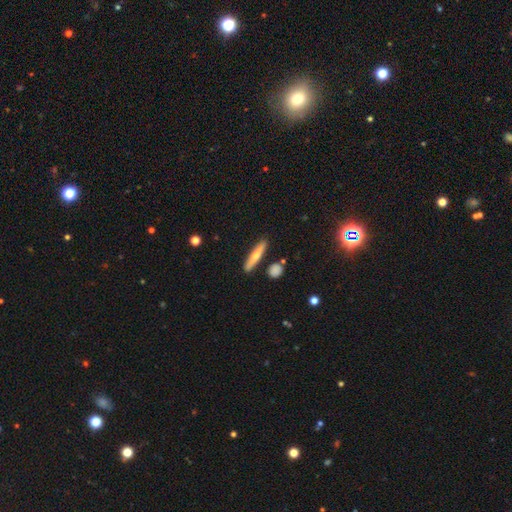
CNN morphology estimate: A smooth galaxy with no disk features (55%) that is cigar-shaped (86%).

Vote fractions:
- Smooth or featured? smooth: 55% / featured or disk: 39% / star or artifact: 6%
- How rounded? cigar-shaped: 86% / in between: 12% / round: 2%
- Merging? none: 86% / minor disturbance: 9% / merger: 4% / major disturbance: 2%